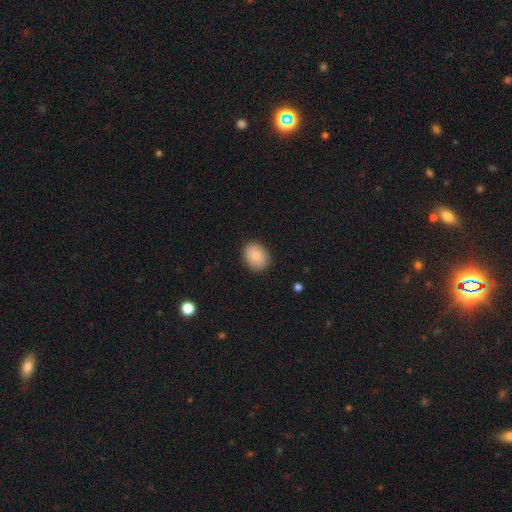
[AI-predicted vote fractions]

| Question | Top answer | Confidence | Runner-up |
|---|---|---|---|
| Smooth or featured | smooth | 83% | featured or disk (10%) |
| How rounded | in between | 53% | round (46%) |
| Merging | none | 88% | minor disturbance (9%) |